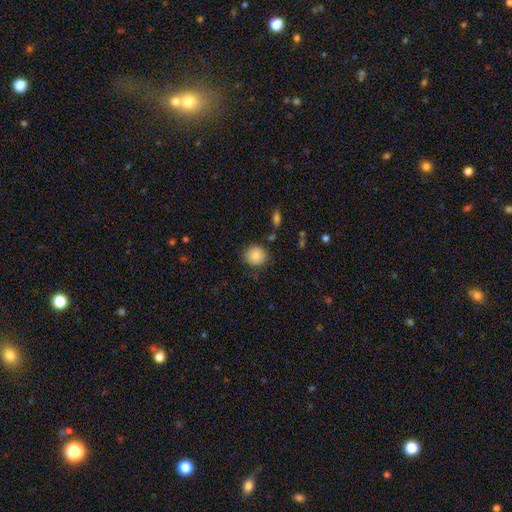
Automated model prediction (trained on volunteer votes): Smooth or featured? Predicted: smooth (p=0.84). How rounded? Predicted: round (p=0.87). Merging? Predicted: none (p=0.83).